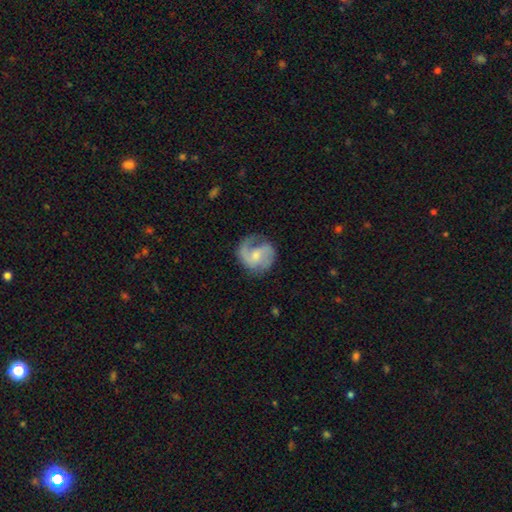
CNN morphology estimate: The model was most divided on "bar": no: 47%, weak: 43%, strong: 10%. Remaining: edge-on disk — no (98%); spiral arms — yes (94%); smooth or featured — featured or disk (79%); merging — none (63%); spiral arm count — 2 (63%); bulge size — small (55%); spiral winding — medium (48%).